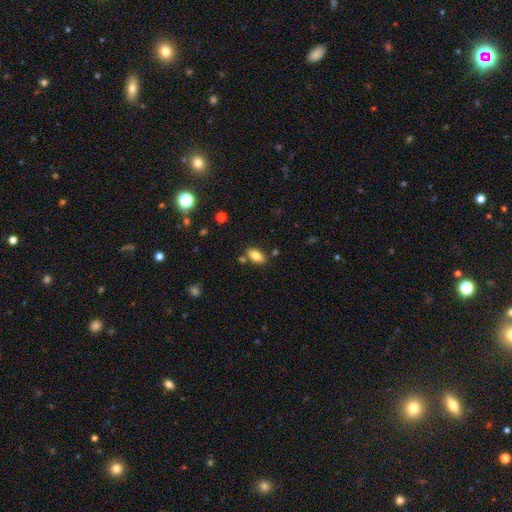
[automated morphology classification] A smooth galaxy with no disk features (82%) that is in between round and cigar-shaped (91%). Merging: none (78%).